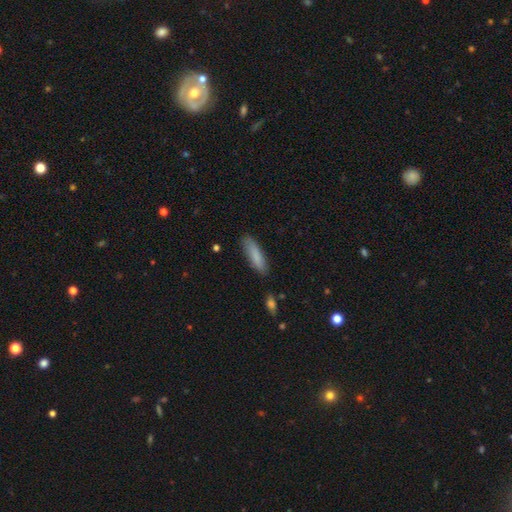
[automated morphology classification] smooth-or-featured: smooth: 85% | featured or disk: 9% | star or artifact: 6%
  how-rounded: cigar-shaped: 65% | in between: 34% | round: 1%
  merging: none: 83% | minor disturbance: 13% | major disturbance: 2% | merger: 2%